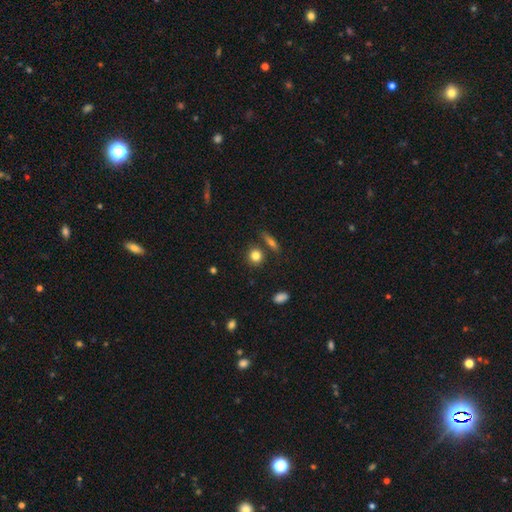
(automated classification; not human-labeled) smooth 82%, star or artifact 10%, featured or disk 8%. Down the decision tree: how rounded — round (83%); merging — none (78%).